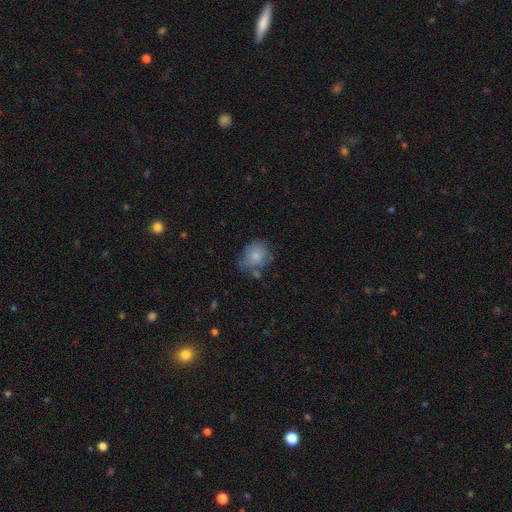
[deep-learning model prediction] smooth 73%, featured or disk 19%, star or artifact 8%. Down the decision tree: how rounded — round (59%); merging — none (50%).